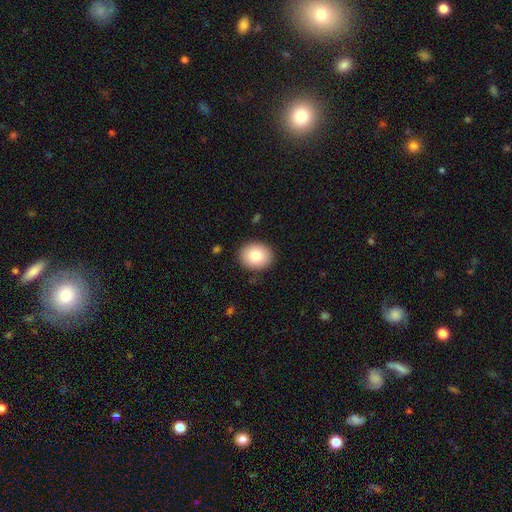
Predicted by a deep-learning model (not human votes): The model was most divided on "how rounded": round: 62%, in between: 37%, cigar-shaped: 1%. More confident: merging — none (89%); smooth or featured — smooth (80%).